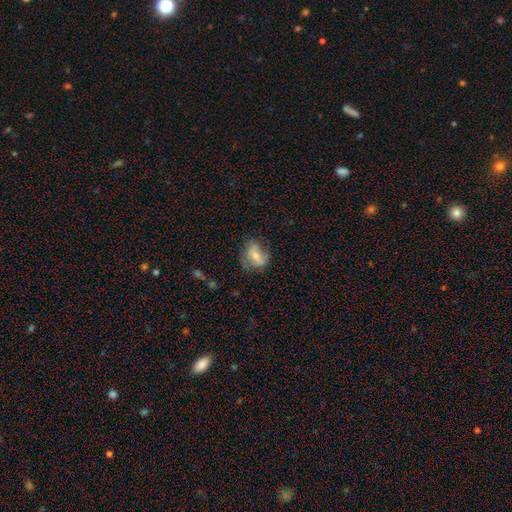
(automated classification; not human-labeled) This is possibly a smooth galaxy (56%). How rounded: possibly in between (55%). Merging: possibly none (59%).